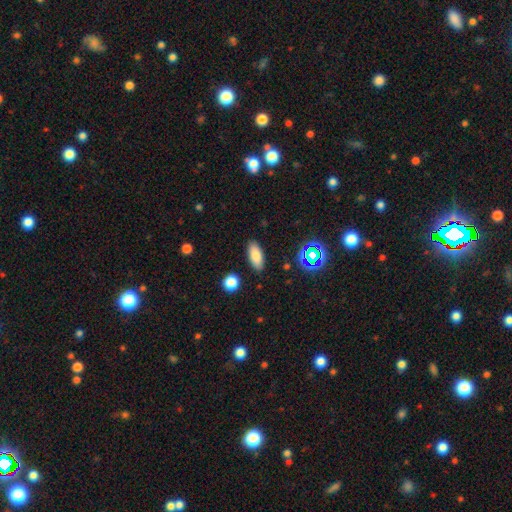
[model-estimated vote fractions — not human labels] Morphology: type=smooth (80%); roundness=in between (80%); merging=none (88%).